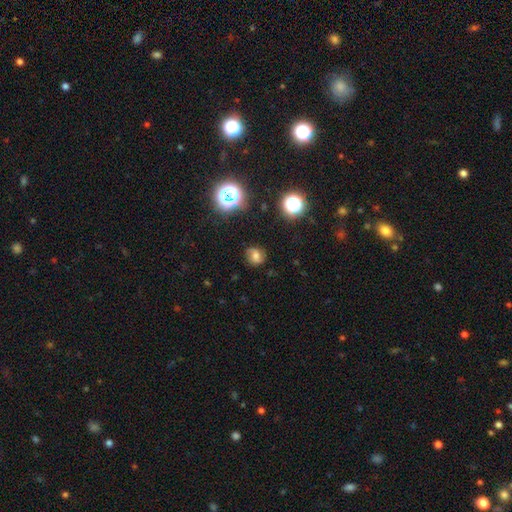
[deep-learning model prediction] Overall: smooth (55%; featured or disk 26%). How rounded: round (68%; in between 31%). Merging: none (76%).